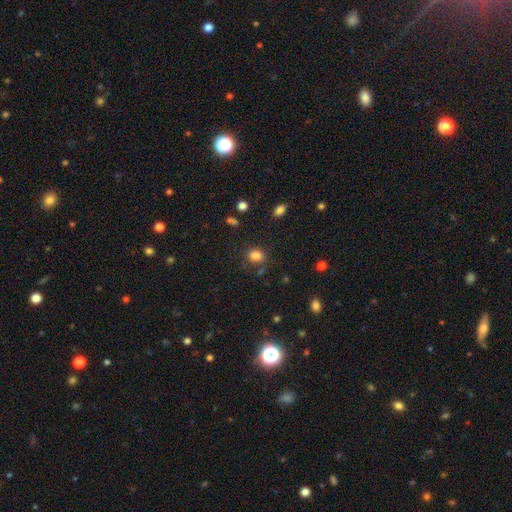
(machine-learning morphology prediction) Smooth or featured? Predicted: smooth (p=0.83). How rounded? Predicted: round (p=0.50). Merging? Predicted: none (p=0.78).